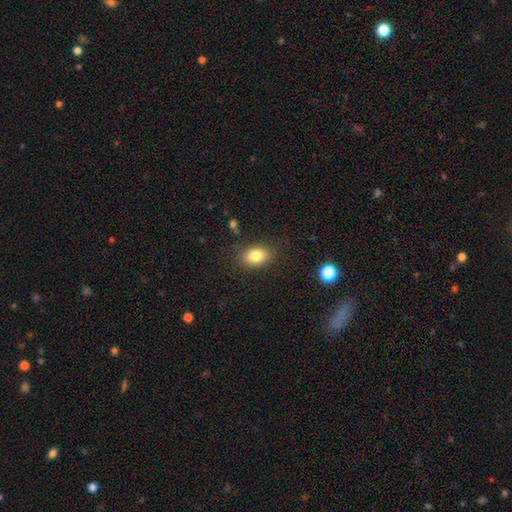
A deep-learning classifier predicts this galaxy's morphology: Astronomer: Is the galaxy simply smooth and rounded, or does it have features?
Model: smooth — 82%.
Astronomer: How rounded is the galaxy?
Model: in between — 78%.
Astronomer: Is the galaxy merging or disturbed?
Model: none — 85%.